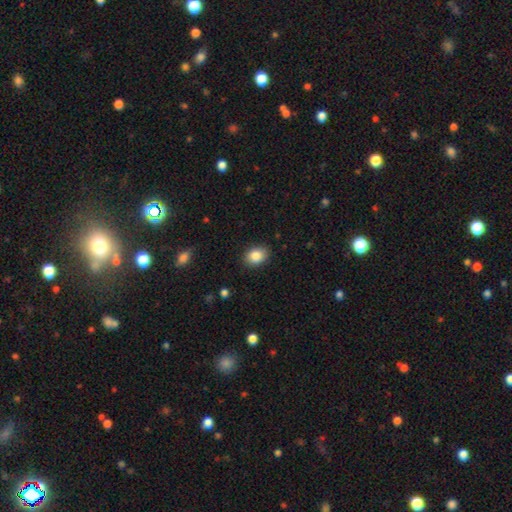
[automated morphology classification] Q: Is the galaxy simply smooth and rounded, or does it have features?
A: smooth — 87%.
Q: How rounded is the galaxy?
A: in between — 66%.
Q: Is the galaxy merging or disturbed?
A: none — 86%.